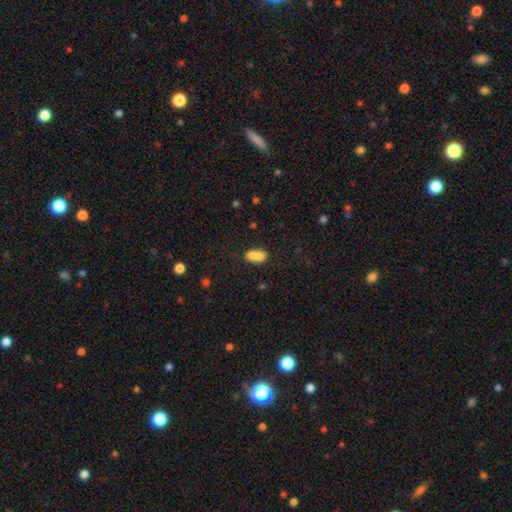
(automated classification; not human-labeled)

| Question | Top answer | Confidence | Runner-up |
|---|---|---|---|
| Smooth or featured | smooth | 72% | featured or disk (17%) |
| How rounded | in between | 67% | round (29%) |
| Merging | merger | 63% | none (24%) |